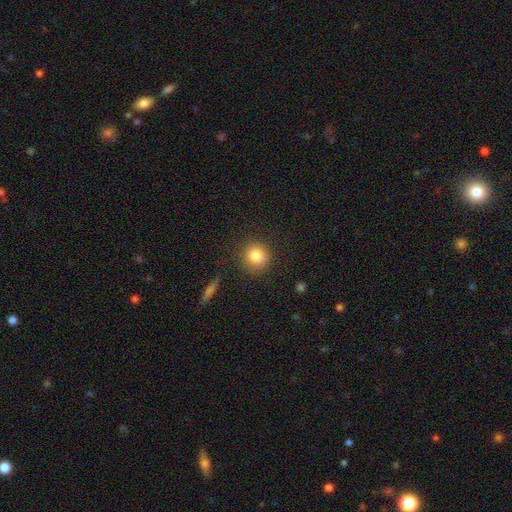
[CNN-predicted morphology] Q: Smooth or featured?
A: smooth (83%); runner-up: star or artifact (10%)
Q: How rounded?
A: round (89%); runner-up: in between (10%)
Q: Merging?
A: none (86%); runner-up: minor disturbance (9%)